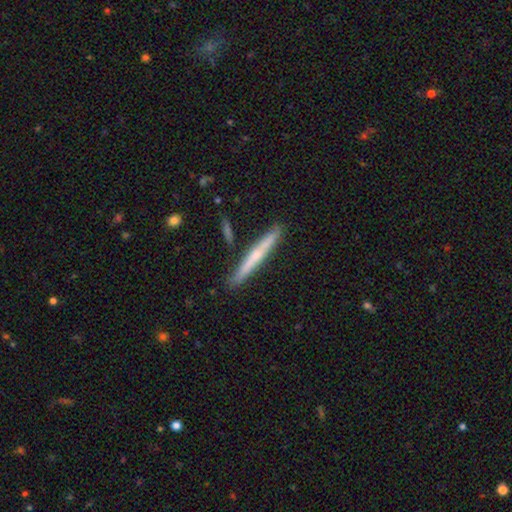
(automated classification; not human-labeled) This is possibly a featured or disk galaxy (54%). It is clearly viewed edge-on (96%). Edge-on bulge: possibly rounded (58%). Merging: clearly none (87%).